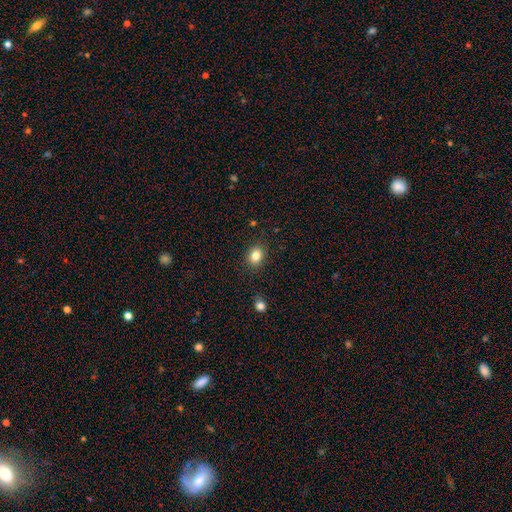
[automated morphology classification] smooth_or_featured: smooth (p=0.83) [alt: star or artifact p=0.11]
how_rounded: in between (p=0.51) [alt: round p=0.48]
merging: none (p=0.87) [alt: minor disturbance p=0.09]